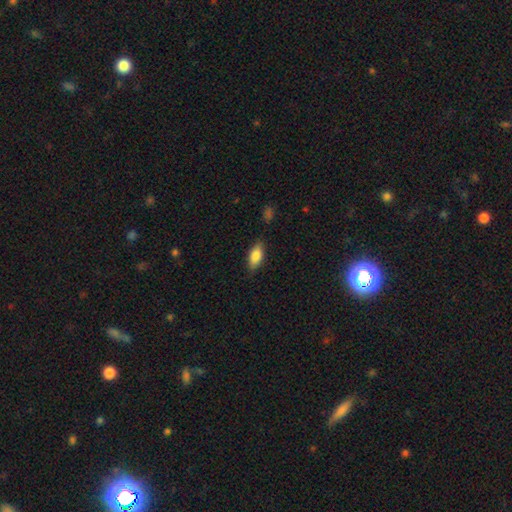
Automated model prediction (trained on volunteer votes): This is clearly a smooth galaxy (84%). How rounded: clearly in between (86%). Merging: clearly none (82%).